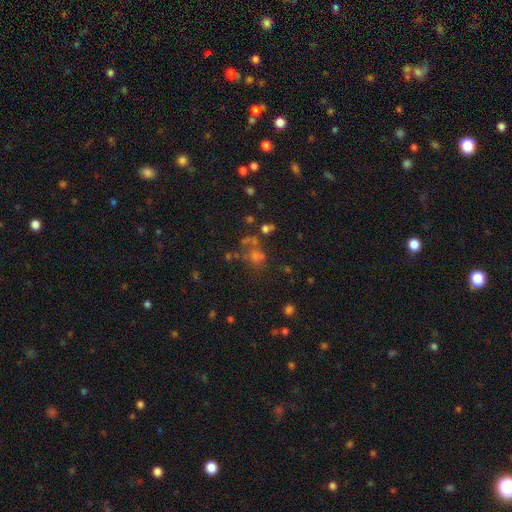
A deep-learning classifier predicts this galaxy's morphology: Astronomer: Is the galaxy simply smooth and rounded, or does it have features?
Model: smooth — 39%, tied with star or artifact at 39%.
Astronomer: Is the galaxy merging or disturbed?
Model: none — 42% (runner-up: merger, 25%).